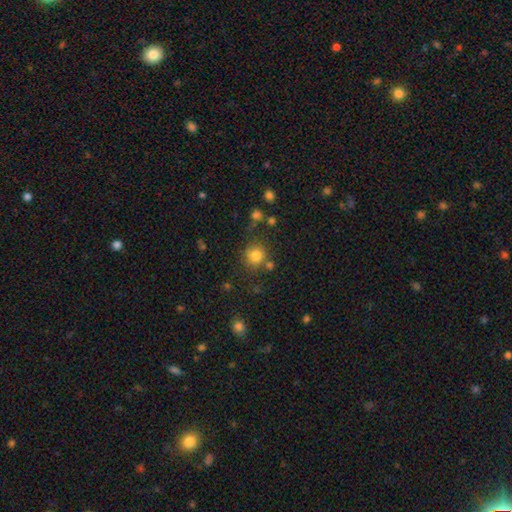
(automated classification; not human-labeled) This is clearly a smooth galaxy (81%). How rounded: clearly round (90%). Merging: likely none (77%).